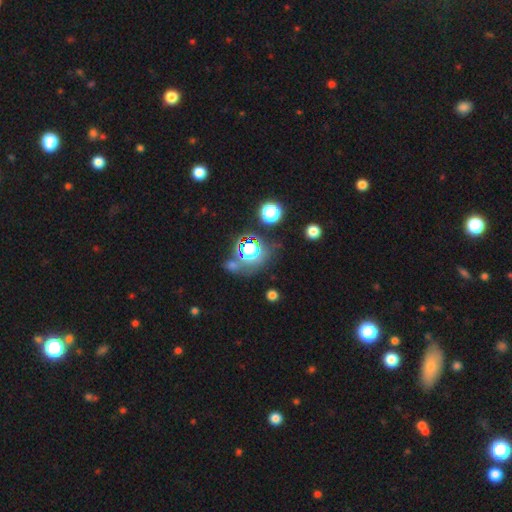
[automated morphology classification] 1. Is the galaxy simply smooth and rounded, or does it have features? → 49% star or artifact, 38% smooth, 13% featured or disk.